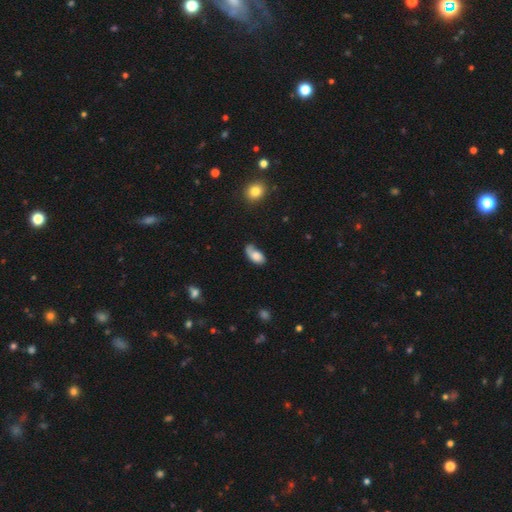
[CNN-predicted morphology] Smooth or featured? Predicted: smooth (p=0.64). How rounded? Predicted: in between (p=0.91). Merging? Predicted: none (p=0.43).